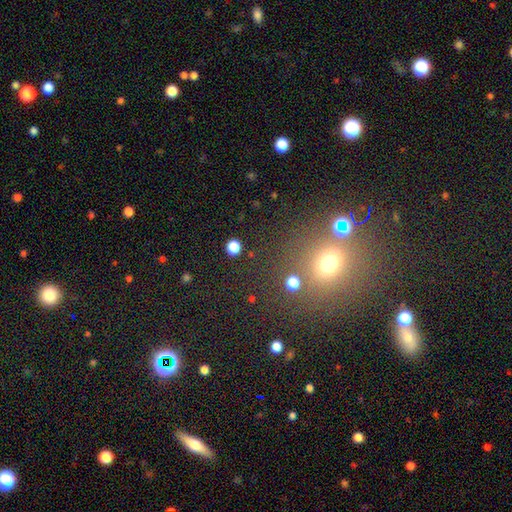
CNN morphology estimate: Smooth or featured? star or artifact (48%)